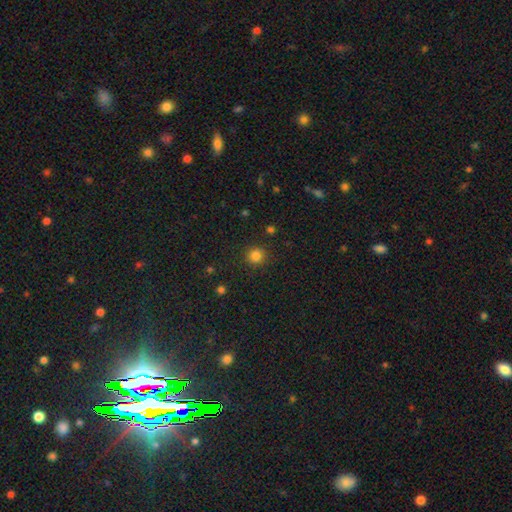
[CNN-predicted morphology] This is clearly a smooth galaxy (82%). How rounded: clearly round (92%). Merging: clearly none (89%).